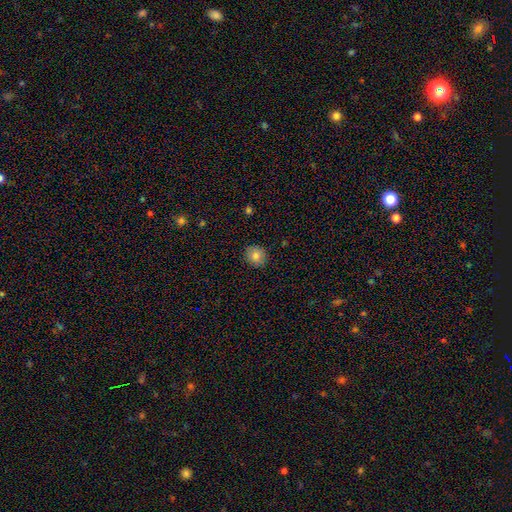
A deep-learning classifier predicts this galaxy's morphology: Smooth or featured: smooth — 81% (star or artifact — 10%)
How rounded: round — 85% (in between — 15%)
Merging: none — 90% (minor disturbance — 7%)